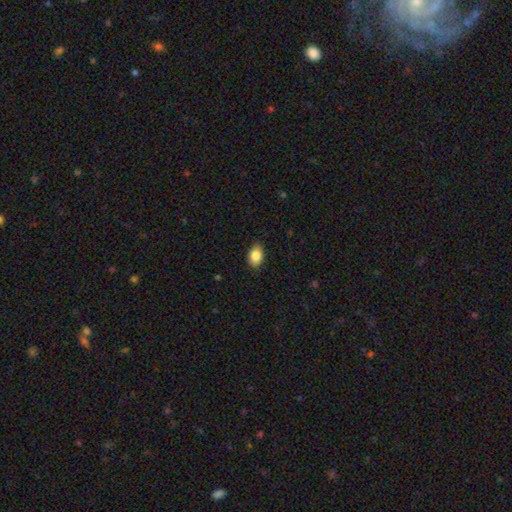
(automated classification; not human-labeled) A smooth galaxy with no disk features (85%) that is in between round and cigar-shaped (82%). Merging: none (84%).